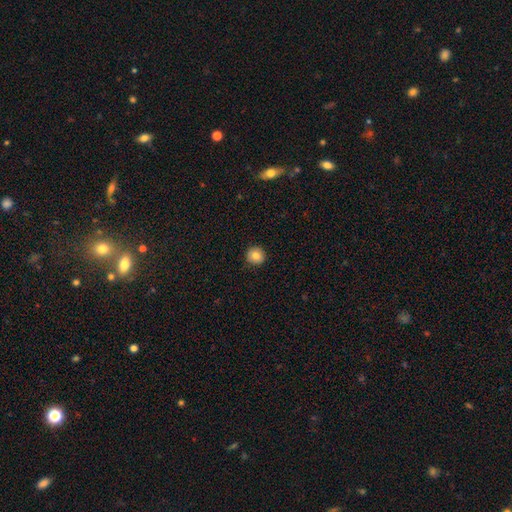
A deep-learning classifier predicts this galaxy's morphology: Smooth or featured?
  - smooth: 81% *
  - featured or disk: 9%
  - star or artifact: 9%
How rounded?
  - round: 94% *
  - in between: 5%
  - cigar-shaped: 1%
Merging?
  - none: 92% *
  - minor disturbance: 6%
  - major disturbance: 2%
  - merger: 1%